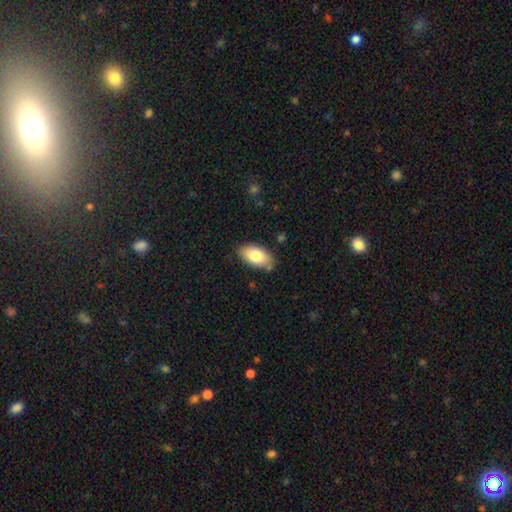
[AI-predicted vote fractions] A smooth galaxy with no disk features (79%) that is in between round and cigar-shaped (94%).

Vote fractions:
- Smooth or featured? smooth: 79% / featured or disk: 14% / star or artifact: 7%
- How rounded? in between: 94% / round: 4% / cigar-shaped: 2%
- Merging? none: 78% / minor disturbance: 17% / major disturbance: 3% / merger: 2%